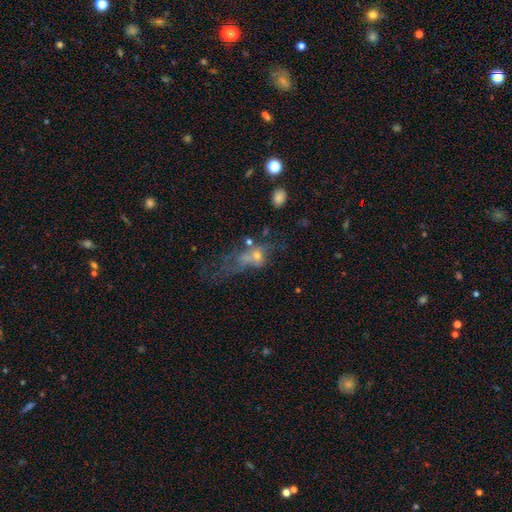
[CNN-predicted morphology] Smooth or featured? Predicted: featured or disk (p=0.42). Merging? Predicted: major disturbance (p=0.41).